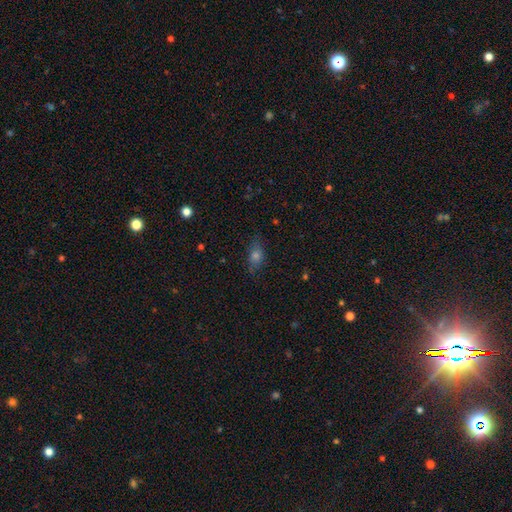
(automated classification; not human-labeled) Smooth or featured? Predicted: smooth (p=0.55). How rounded? Predicted: in between (p=0.68). Merging? Predicted: none (p=0.79).